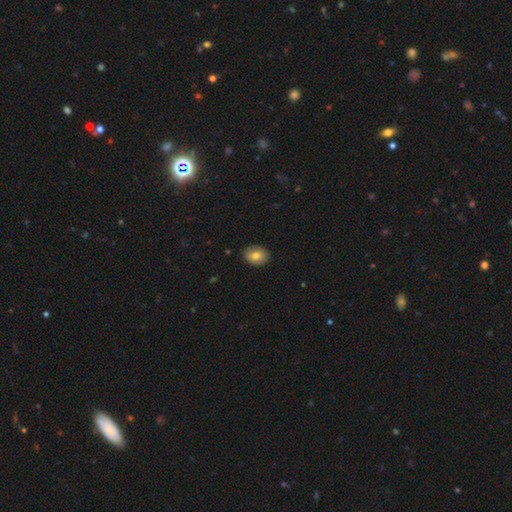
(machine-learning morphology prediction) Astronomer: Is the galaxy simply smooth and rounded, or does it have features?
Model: smooth — 76%.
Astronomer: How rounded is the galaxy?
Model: in between — 60% (runner-up: round, 39%).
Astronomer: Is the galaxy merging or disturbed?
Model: none — 86%.